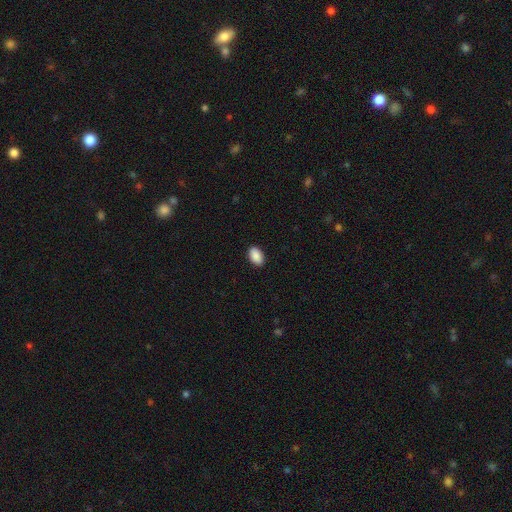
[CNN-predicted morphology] smooth_or_featured: smooth (p=0.91) [alt: star or artifact p=0.07]
how_rounded: in between (p=0.93) [alt: round p=0.06]
merging: none (p=0.90) [alt: minor disturbance p=0.07]